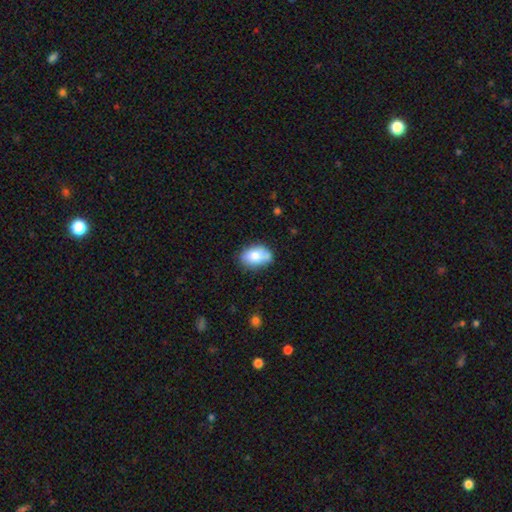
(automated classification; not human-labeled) A smooth galaxy with no disk features (80%) that is in between round and cigar-shaped (87%).

Vote fractions:
- Smooth or featured? smooth: 80% / featured or disk: 12% / star or artifact: 7%
- How rounded? in between: 87% / round: 11% / cigar-shaped: 1%
- Merging? none: 65% / minor disturbance: 24% / merger: 7% / major disturbance: 5%